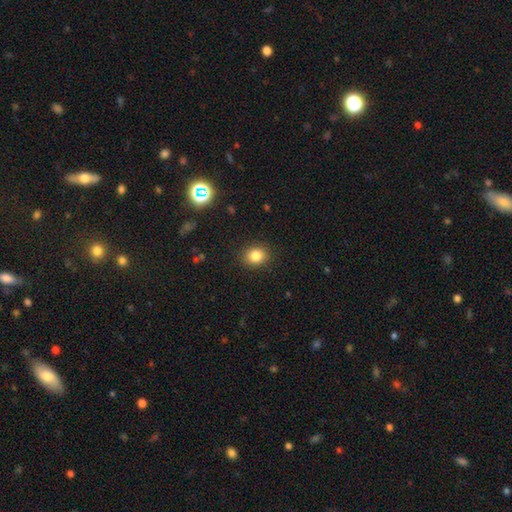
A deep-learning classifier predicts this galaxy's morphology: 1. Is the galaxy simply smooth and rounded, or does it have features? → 84% smooth, 11% star or artifact, 6% featured or disk.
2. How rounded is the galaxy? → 64% round, 35% in between, 1% cigar-shaped.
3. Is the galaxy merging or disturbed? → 89% none, 8% minor disturbance, 2% major disturbance, 1% merger.